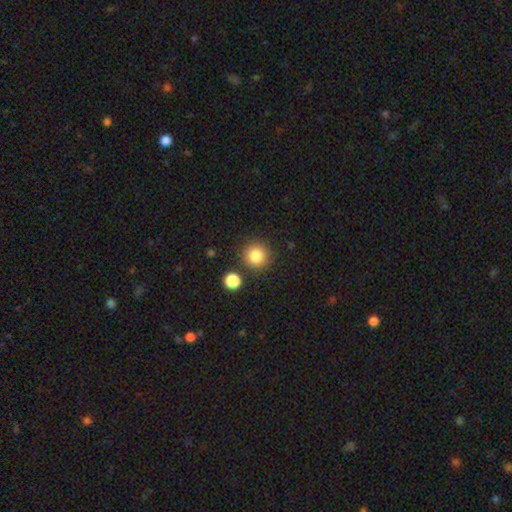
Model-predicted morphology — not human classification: This is clearly a smooth galaxy (84%). How rounded: clearly round (93%). Merging: clearly none (85%).